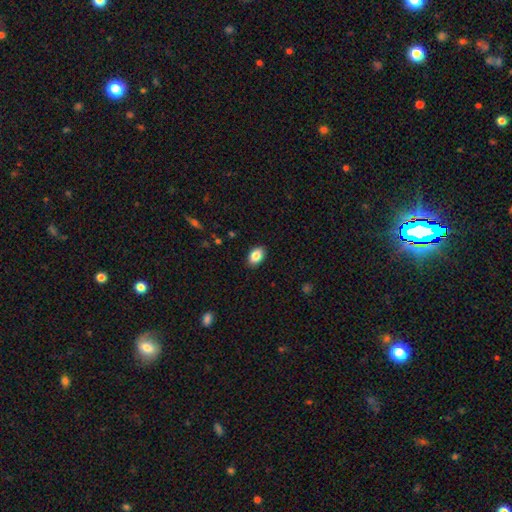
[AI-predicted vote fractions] Smooth or featured? Predicted: smooth (p=0.86). How rounded? Predicted: in between (p=0.86). Merging? Predicted: none (p=0.89).